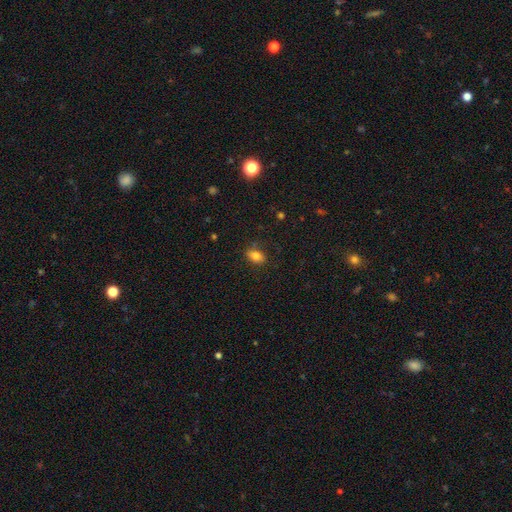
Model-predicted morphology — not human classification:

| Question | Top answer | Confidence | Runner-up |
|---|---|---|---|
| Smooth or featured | smooth | 81% | star or artifact (10%) |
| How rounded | in between | 85% | round (13%) |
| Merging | none | 81% | minor disturbance (14%) |